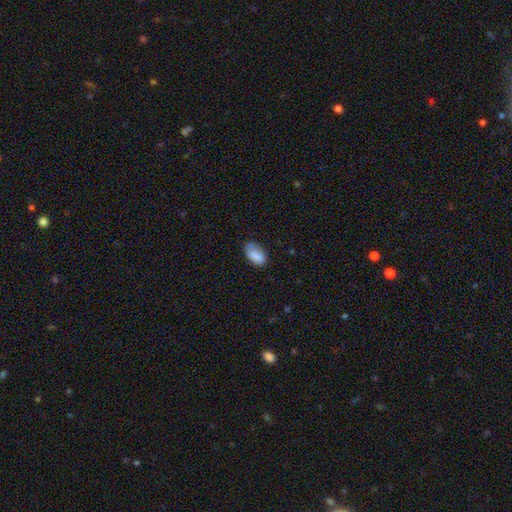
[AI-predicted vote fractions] smooth_or_featured: smooth (p=0.84) [alt: featured or disk p=0.08]
how_rounded: in between (p=0.93) [alt: round p=0.05]
merging: none (p=0.65) [alt: minor disturbance p=0.27]